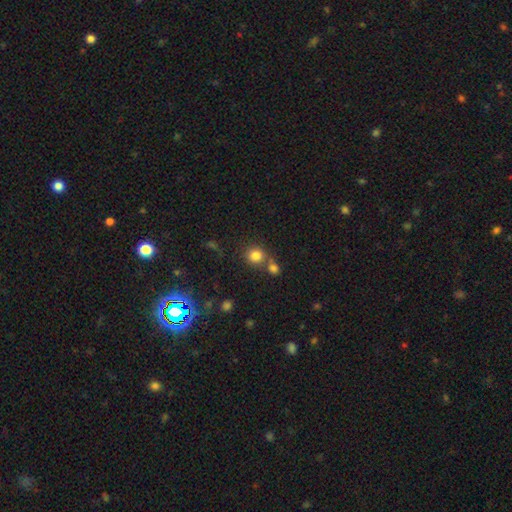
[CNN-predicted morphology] smooth-or-featured: smooth: 81% | star or artifact: 12% | featured or disk: 7%
  how-rounded: round: 84% | in between: 15% | cigar-shaped: 1%
  merging: none: 61% | merger: 27% | minor disturbance: 9% | major disturbance: 4%